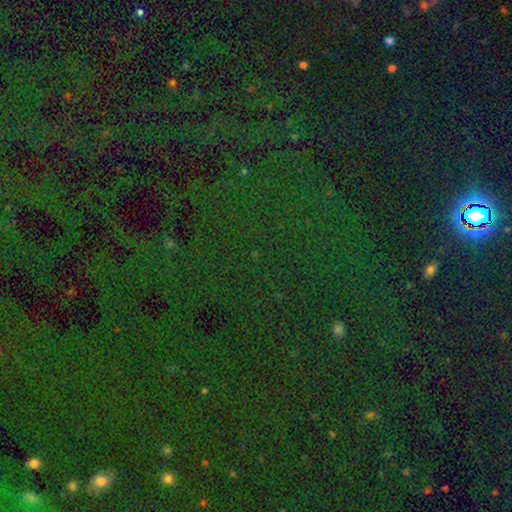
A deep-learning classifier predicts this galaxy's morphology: This is clearly a star or artifact rather than a galaxy (82%).